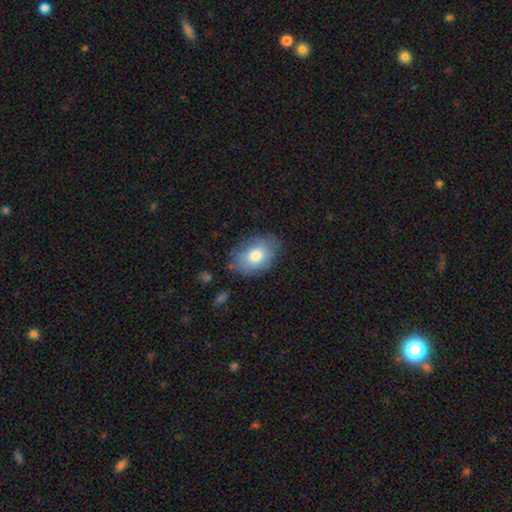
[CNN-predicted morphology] The model was most divided on "merging": none: 76%, minor disturbance: 17%, major disturbance: 5%, merger: 2%. More confident: how rounded — in between (82%); smooth or featured — smooth (77%).